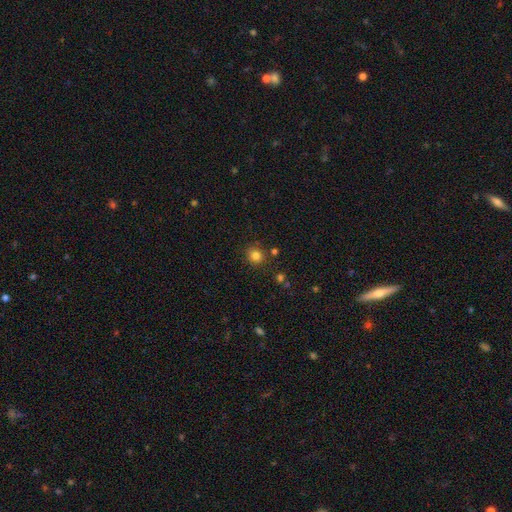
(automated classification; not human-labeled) Smooth or featured? Predicted: smooth (p=0.81). How rounded? Predicted: round (p=0.89). Merging? Predicted: none (p=0.84).